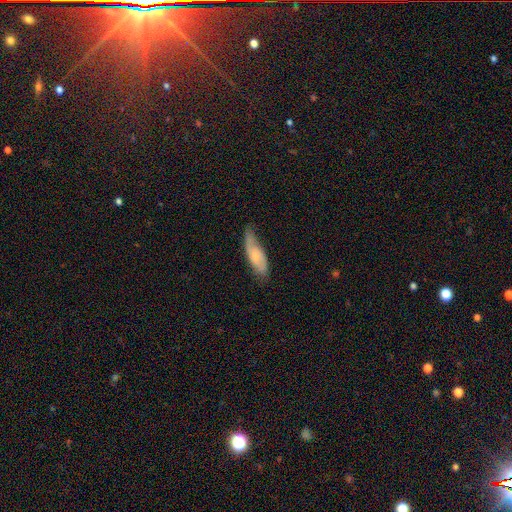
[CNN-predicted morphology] type=featured or disk (48%); merging=none (57%).